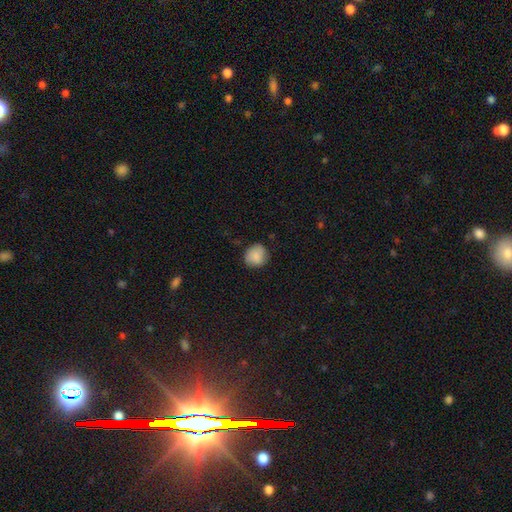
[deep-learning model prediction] A smooth galaxy with no disk features (87%) that is round (83%).

Vote fractions:
- Smooth or featured? smooth: 87% / star or artifact: 7% / featured or disk: 5%
- How rounded? round: 83% / in between: 16% / cigar-shaped: 1%
- Merging? none: 80% / minor disturbance: 15% / major disturbance: 3% / merger: 1%